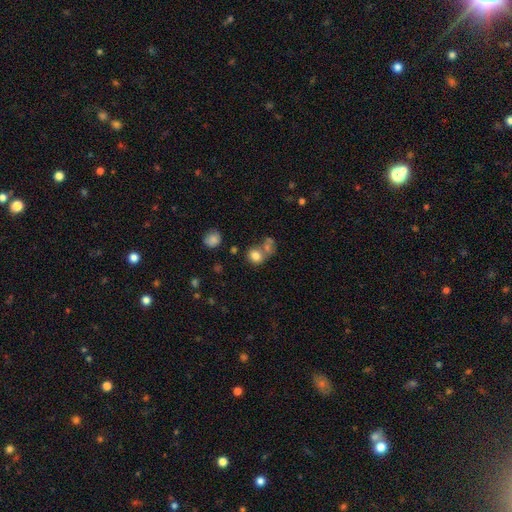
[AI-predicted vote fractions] Smooth or featured: smooth — 78% (star or artifact — 12%)
How rounded: round — 73% (in between — 26%)
Merging: none — 48% (merger — 36%)